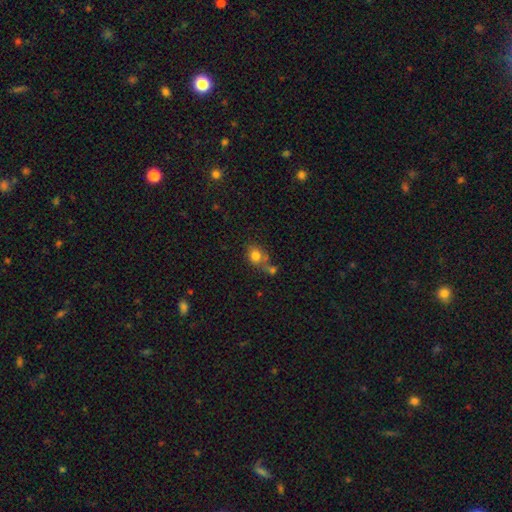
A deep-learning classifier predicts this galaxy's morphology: type=smooth (79%); roundness=round (65%); merging=none (45%).